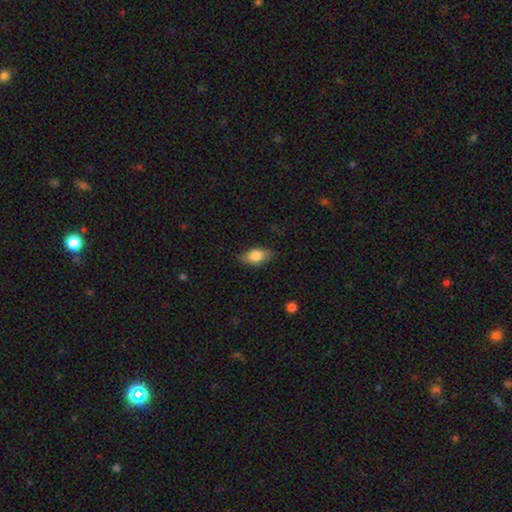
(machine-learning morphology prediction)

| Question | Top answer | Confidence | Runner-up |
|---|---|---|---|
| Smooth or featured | smooth | 78% | featured or disk (15%) |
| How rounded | in between | 88% | round (7%) |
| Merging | none | 83% | minor disturbance (13%) |